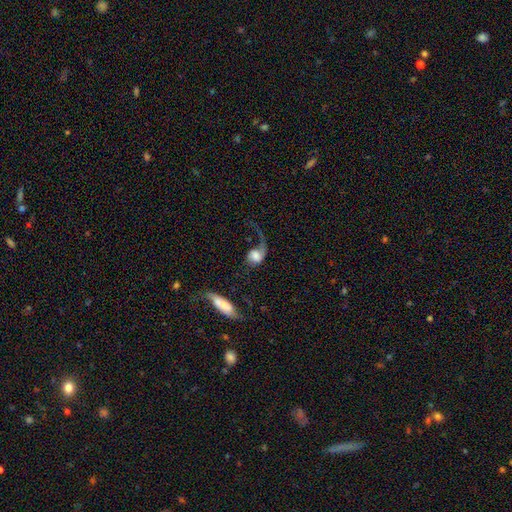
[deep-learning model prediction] This appears to be a featured or disk galaxy (50%). Merging: major disturbance (49%).